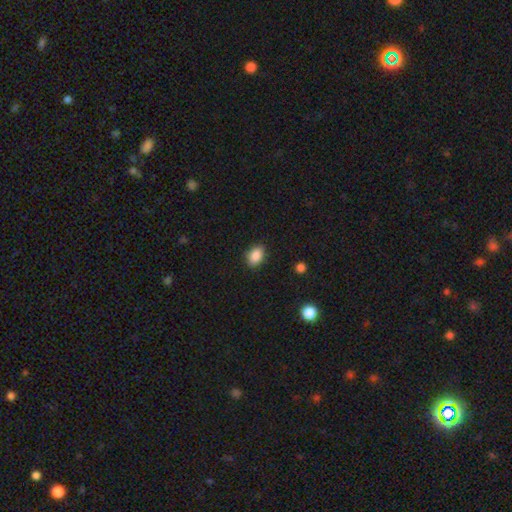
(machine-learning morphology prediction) Smooth or featured? Predicted: smooth (p=0.88). How rounded? Predicted: in between (p=0.80). Merging? Predicted: none (p=0.86).